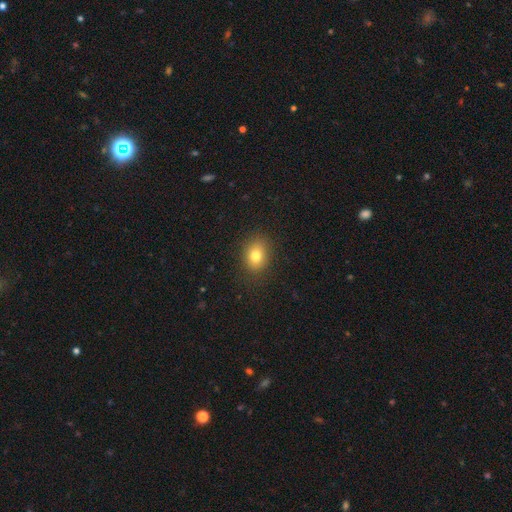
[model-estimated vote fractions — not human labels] Morphology: type=smooth (78%); roundness=in between (54%); merging=none (86%).